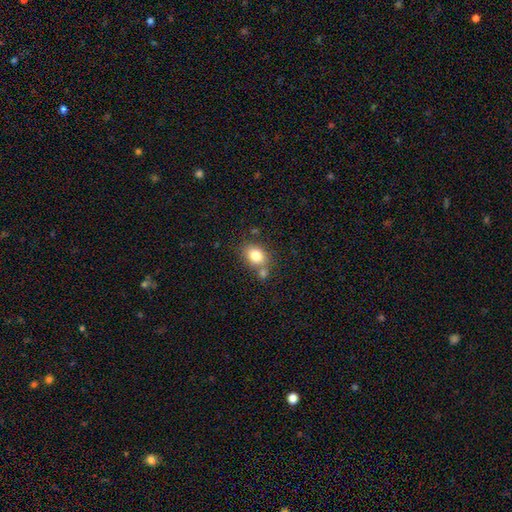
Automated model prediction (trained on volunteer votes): Overall: smooth (80%). How rounded: in between (57%; round 42%). Merging: none (61%).